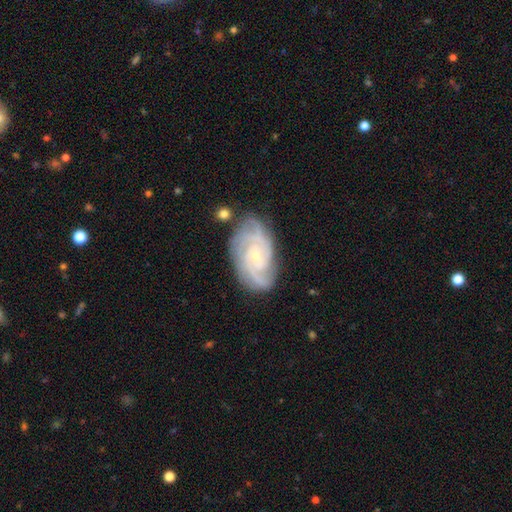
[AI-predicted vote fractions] This is clearly a featured or disk galaxy (87%). It is clearly not viewed edge-on (97%). Bar: likely no (67%). Spiral arm pattern: clearly yes (97%). Spiral arm count: marginally 3 (30%). Spiral winding: likely tight (64%). Central bulge: likely small (76%). Merging: likely none (75%).